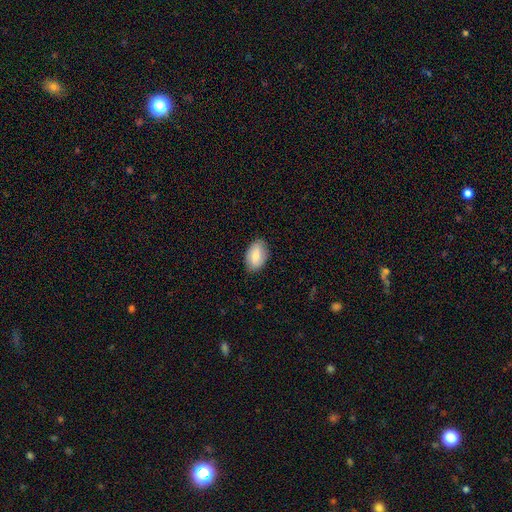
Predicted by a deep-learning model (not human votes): Morphology: type=smooth (74%); roundness=in between (91%); merging=none (84%).